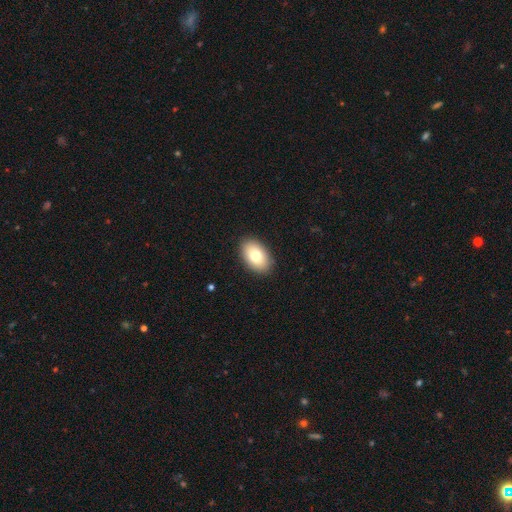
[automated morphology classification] Q: Smooth or featured?
A: smooth (78%); runner-up: featured or disk (15%)
Q: How rounded?
A: in between (91%); runner-up: round (8%)
Q: Merging?
A: none (89%); runner-up: minor disturbance (8%)